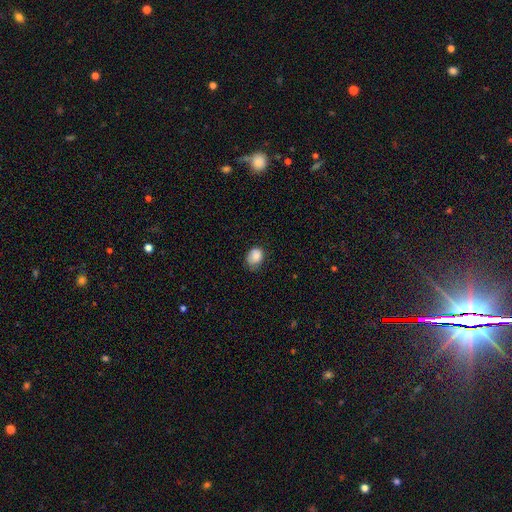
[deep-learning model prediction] Smooth or featured? Predicted: smooth (p=0.84). How rounded? Predicted: in between (p=0.54). Merging? Predicted: none (p=0.57).